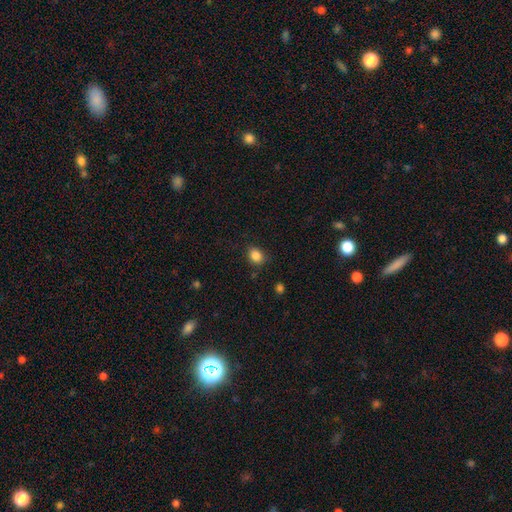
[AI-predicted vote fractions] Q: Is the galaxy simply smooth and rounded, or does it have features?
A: smooth — 86%.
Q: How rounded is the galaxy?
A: in between — 53%.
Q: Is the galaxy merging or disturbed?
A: none — 82%.